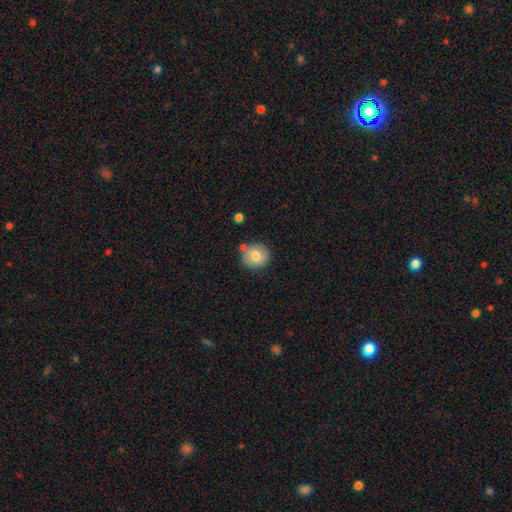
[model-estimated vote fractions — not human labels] Q: Smooth or featured?
A: smooth (75%); runner-up: featured or disk (17%)
Q: How rounded?
A: round (88%); runner-up: in between (11%)
Q: Merging?
A: none (76%); runner-up: minor disturbance (12%)